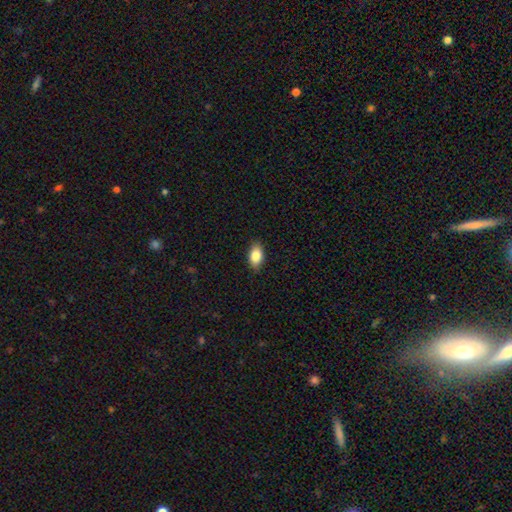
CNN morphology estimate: smooth-or-featured: smooth: 85% | featured or disk: 8% | star or artifact: 7%
  how-rounded: in between: 89% | round: 7% | cigar-shaped: 3%
  merging: none: 87% | minor disturbance: 10% | major disturbance: 2% | merger: 1%